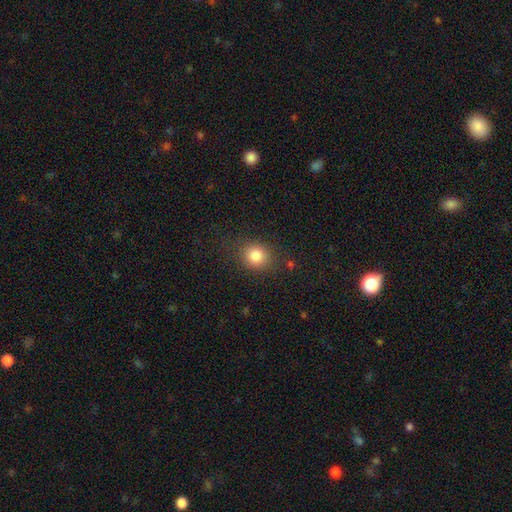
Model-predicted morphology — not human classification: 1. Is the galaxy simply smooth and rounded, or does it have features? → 83% smooth, 11% star or artifact, 6% featured or disk.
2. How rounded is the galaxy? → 80% round, 20% in between, 1% cigar-shaped.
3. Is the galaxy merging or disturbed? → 84% none, 10% minor disturbance, 4% major disturbance, 2% merger.